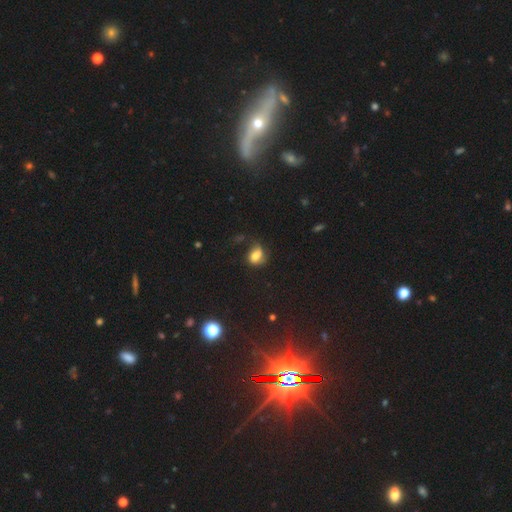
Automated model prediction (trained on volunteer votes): A smooth galaxy with no disk features (69%) that is in between round and cigar-shaped (73%). Merging: none (43%).